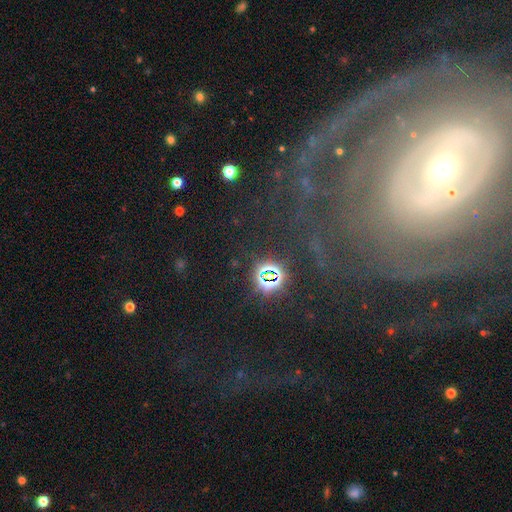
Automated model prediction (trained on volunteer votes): Q: Smooth or featured?
A: featured or disk (71%); runner-up: star or artifact (15%)
Q: Edge-on disk?
A: no (95%); runner-up: yes (5%)
Q: Bar?
A: no (45%); runner-up: weak (31%)
Q: Spiral arms?
A: yes (86%); runner-up: no (14%)
Q: Spiral winding?
A: tight (61%); runner-up: medium (27%)
Q: Spiral arm count?
A: can't tell (29%); runner-up: 2 (26%)
Q: Bulge size?
A: small (62%); runner-up: moderate (26%)
Q: Merging?
A: none (69%); runner-up: major disturbance (14%)